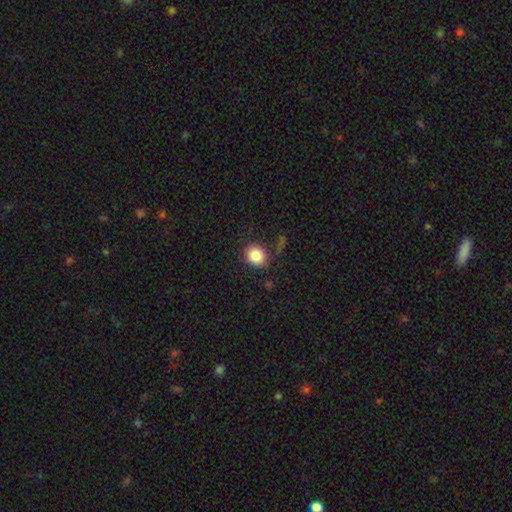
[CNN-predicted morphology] Smooth or featured: smooth — 85% (star or artifact — 9%)
How rounded: round — 71% (in between — 28%)
Merging: none — 80% (minor disturbance — 12%)